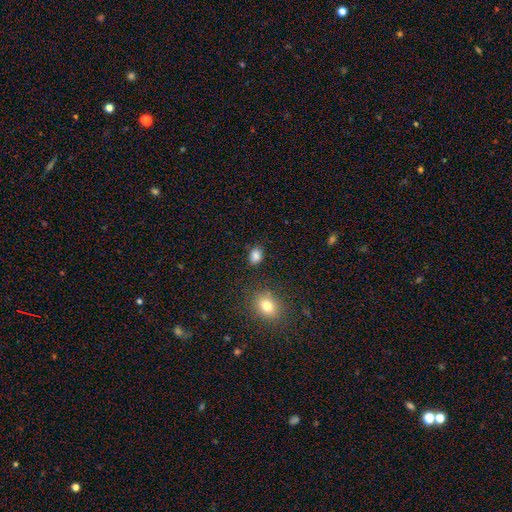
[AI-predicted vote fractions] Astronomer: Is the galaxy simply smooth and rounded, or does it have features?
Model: smooth — 85%.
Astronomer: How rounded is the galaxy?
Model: in between — 69%.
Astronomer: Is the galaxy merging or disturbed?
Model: none — 81%.